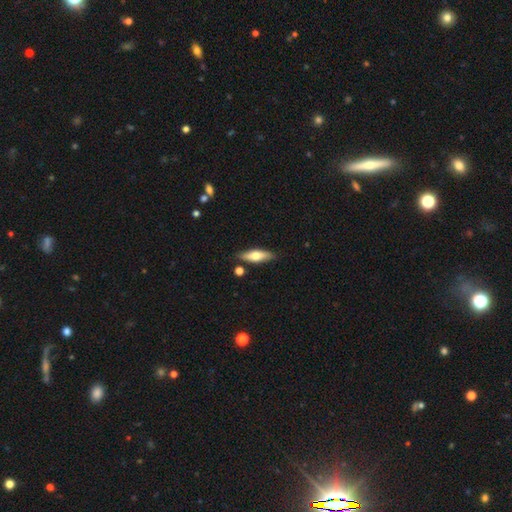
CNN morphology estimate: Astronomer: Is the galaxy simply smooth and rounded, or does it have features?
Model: smooth — 57% (runner-up: featured or disk, 37%).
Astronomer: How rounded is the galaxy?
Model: in between — 49%, tied with cigar-shaped at 49%.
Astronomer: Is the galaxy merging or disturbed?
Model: none — 82%.